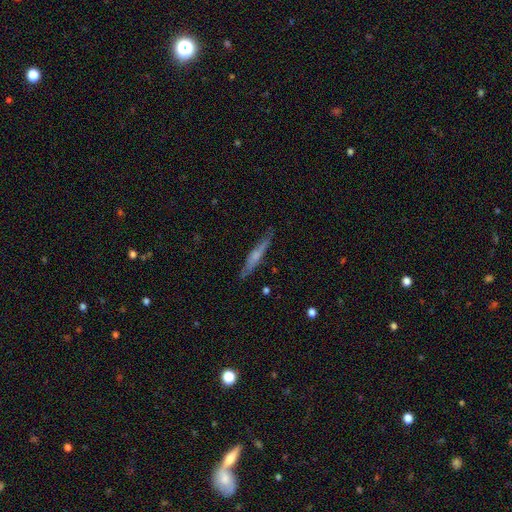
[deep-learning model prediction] This appears to be a featured or disk galaxy (50%) viewed edge-on (94%). Merging: none (85%).